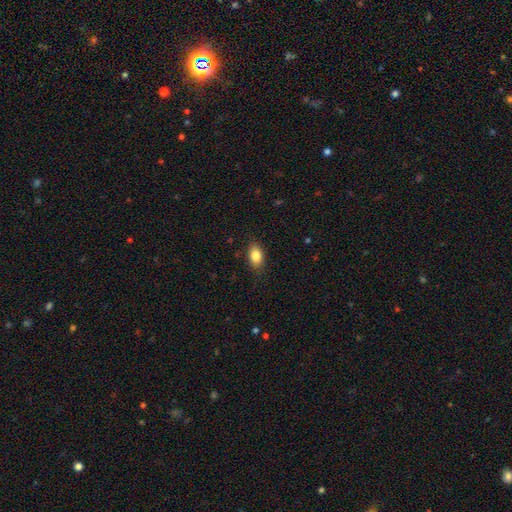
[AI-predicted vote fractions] The model was most divided on "merging": none: 85%, minor disturbance: 12%, major disturbance: 3%, merger: 1%. More confident: how rounded — in between (87%); smooth or featured — smooth (84%).